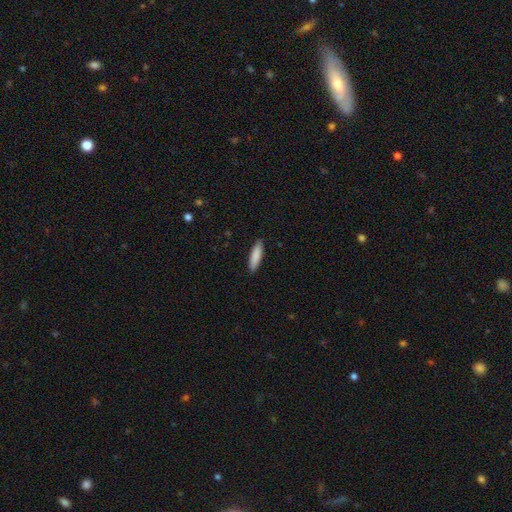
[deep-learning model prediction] smooth-or-featured: smooth: 87% | featured or disk: 8% | star or artifact: 5%
  how-rounded: cigar-shaped: 69% | in between: 30% | round: 1%
  merging: none: 90% | minor disturbance: 8% | major disturbance: 2% | merger: 1%